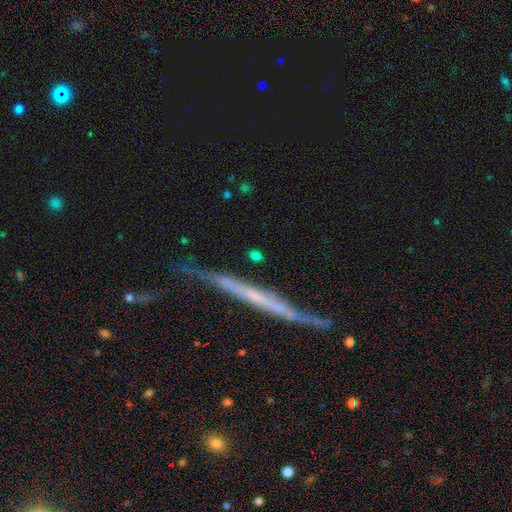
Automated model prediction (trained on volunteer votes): Smooth or featured: smooth — 72% (featured or disk — 16%)
How rounded: round — 37% (cigar-shaped — 36%)
Merging: none — 83% (minor disturbance — 10%)